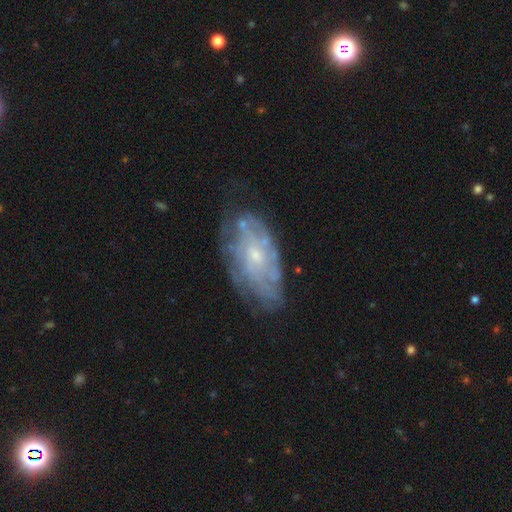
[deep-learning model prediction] The model was most divided on "bulge size": small: 64%, moderate: 30%, none: 4%, large: 1%, dominant: 1%. More confident: edge-on disk — no (93%); bar — no (76%); smooth or featured — featured or disk (73%); spiral arms — yes (72%); merging — none (66%).